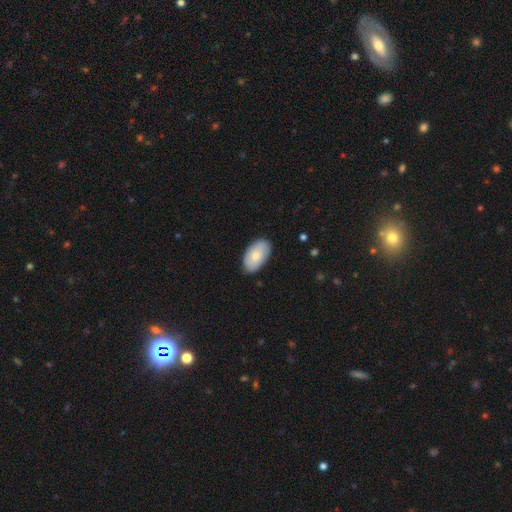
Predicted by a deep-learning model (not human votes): Overall: smooth (77%). How rounded: in between (95%). Merging: none (85%).